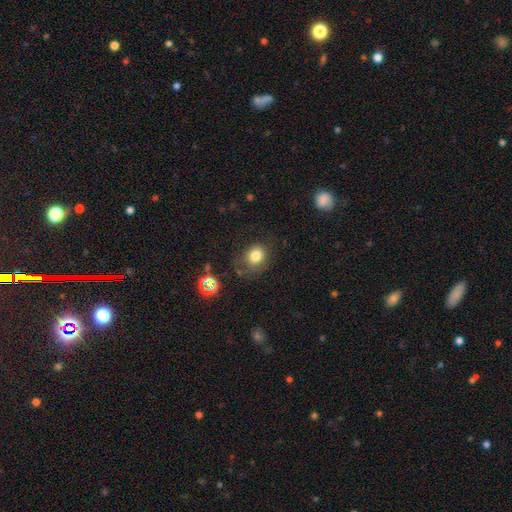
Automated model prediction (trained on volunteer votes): This appears to be a smooth galaxy with no disk features (78%) that is round (61%). Merging: none (65%).